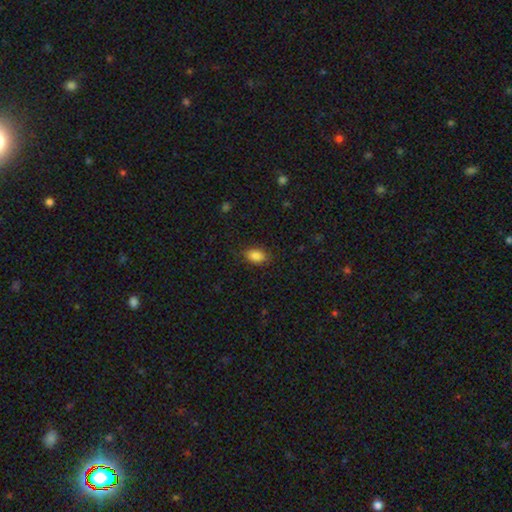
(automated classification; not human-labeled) Q: Smooth or featured?
A: smooth (86%); runner-up: star or artifact (9%)
Q: How rounded?
A: in between (87%); runner-up: round (11%)
Q: Merging?
A: none (83%); runner-up: minor disturbance (13%)